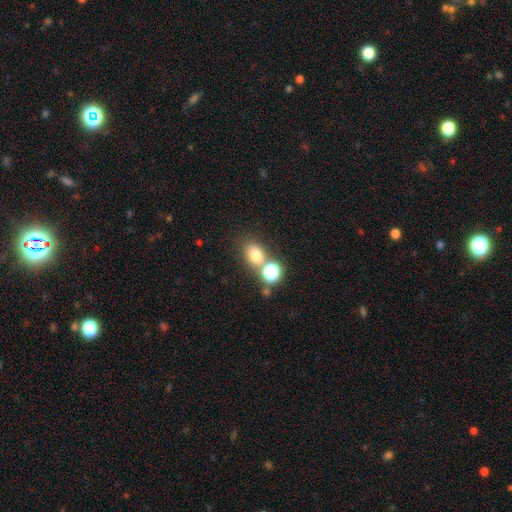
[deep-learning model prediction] smooth-or-featured: smooth: 72% | star or artifact: 19% | featured or disk: 10%
  how-rounded: in between: 51% | round: 48% | cigar-shaped: 1%
  merging: none: 56% | merger: 29% | minor disturbance: 11% | major disturbance: 5%